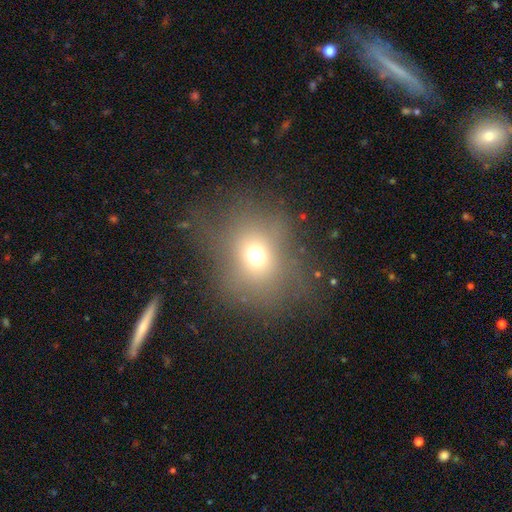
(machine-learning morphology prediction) This is likely a smooth galaxy (67%). How rounded: likely round (63%). Merging: likely none (63%).